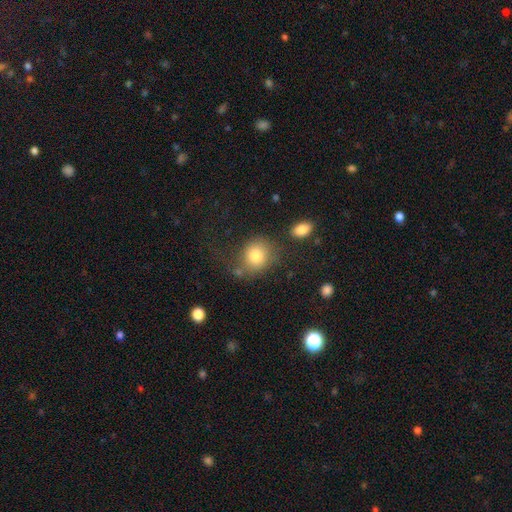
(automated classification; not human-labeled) Q: Smooth or featured?
A: smooth (79%); runner-up: featured or disk (11%)
Q: How rounded?
A: round (76%); runner-up: in between (23%)
Q: Merging?
A: none (58%); runner-up: minor disturbance (19%)